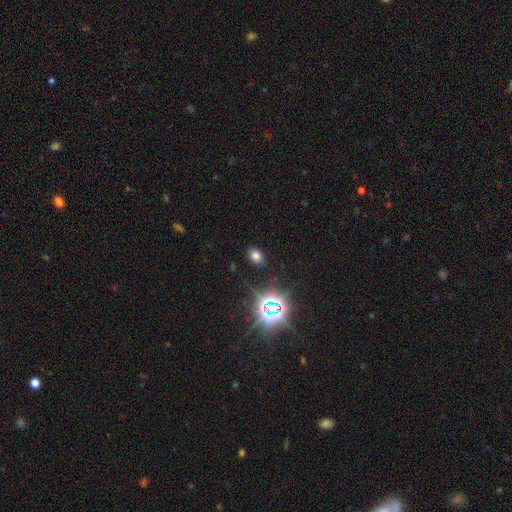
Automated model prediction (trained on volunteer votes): A smooth galaxy with no disk features (67%) that is in between round and cigar-shaped (75%).

Vote fractions:
- Smooth or featured? smooth: 67% / star or artifact: 26% / featured or disk: 7%
- How rounded? in between: 75% / round: 23% / cigar-shaped: 1%
- Merging? none: 87% / minor disturbance: 8% / major disturbance: 3% / merger: 2%